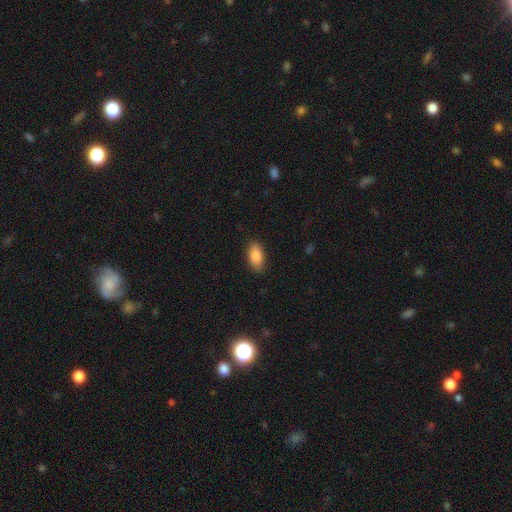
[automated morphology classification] The model was most divided on "merging": none: 85%, minor disturbance: 11%, major disturbance: 3%, merger: 1%. More confident: how rounded — in between (92%); smooth or featured — smooth (88%).